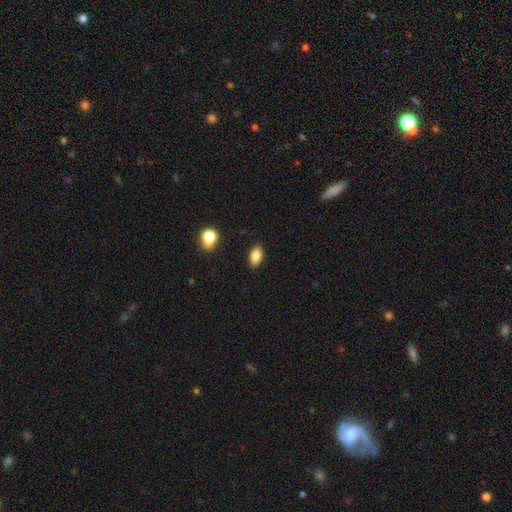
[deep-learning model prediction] smooth-or-featured: smooth: 83% | featured or disk: 8% | star or artifact: 8%
  how-rounded: in between: 90% | round: 7% | cigar-shaped: 4%
  merging: none: 87% | minor disturbance: 9% | major disturbance: 2% | merger: 2%